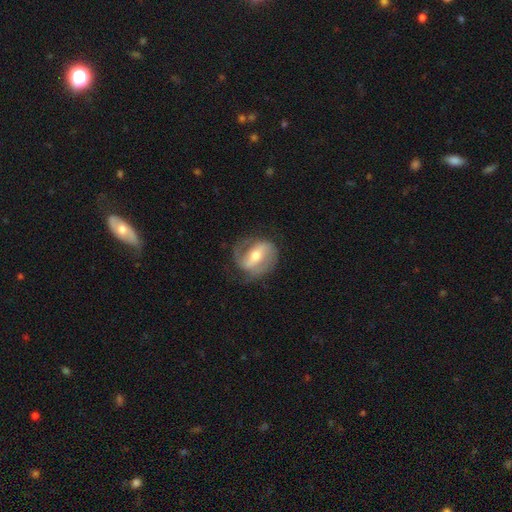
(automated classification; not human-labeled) Q: Smooth or featured?
A: featured or disk (82%); runner-up: smooth (13%)
Q: Edge-on disk?
A: no (97%); runner-up: yes (3%)
Q: Bar?
A: strong (46%); runner-up: weak (37%)
Q: Spiral arms?
A: yes (92%); runner-up: no (8%)
Q: Spiral winding?
A: medium (49%); runner-up: tight (29%)
Q: Spiral arm count?
A: 2 (86%); runner-up: can't tell (6%)
Q: Bulge size?
A: moderate (67%); runner-up: small (26%)
Q: Merging?
A: none (72%); runner-up: minor disturbance (17%)